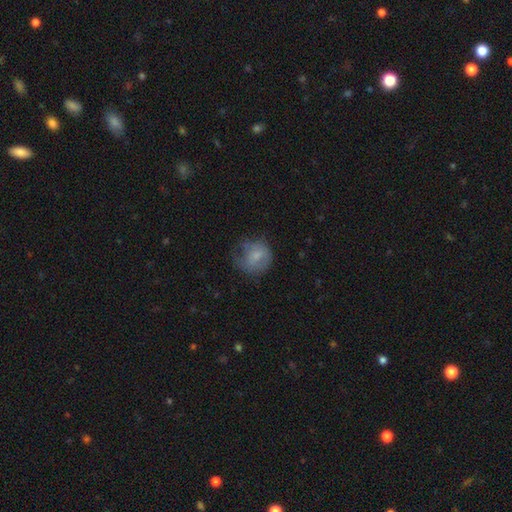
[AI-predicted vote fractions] smooth-or-featured: smooth: 67% | featured or disk: 23% | star or artifact: 10%
  how-rounded: round: 72% | in between: 27% | cigar-shaped: 1%
  merging: none: 45% | minor disturbance: 29% | major disturbance: 24% | merger: 2%